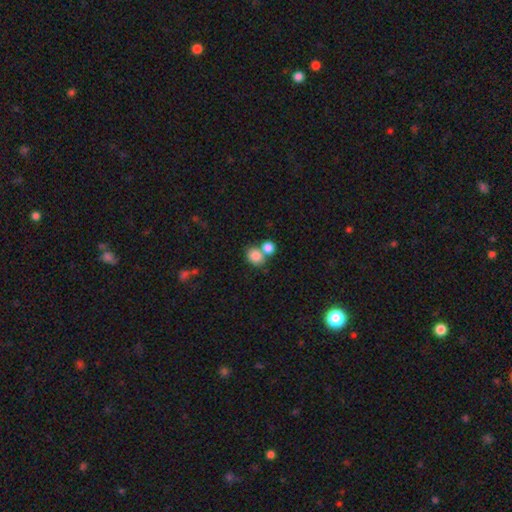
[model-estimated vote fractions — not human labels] A smooth galaxy with no disk features (83%) that is round (61%).

Vote fractions:
- Smooth or featured? smooth: 83% / star or artifact: 10% / featured or disk: 8%
- How rounded? round: 61% / in between: 38% / cigar-shaped: 1%
- Merging? none: 45% / merger: 43% / minor disturbance: 9% / major disturbance: 3%